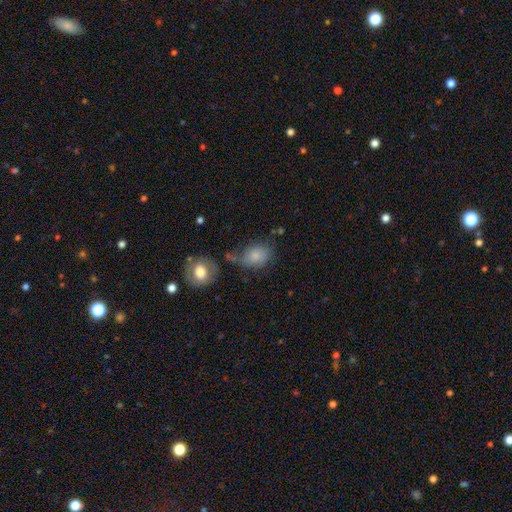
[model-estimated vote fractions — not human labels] A smooth galaxy with no disk features (75%) that is in between round and cigar-shaped (64%).

Vote fractions:
- Smooth or featured? smooth: 75% / featured or disk: 16% / star or artifact: 9%
- How rounded? in between: 64% / round: 34% / cigar-shaped: 1%
- Merging? none: 44% / minor disturbance: 24% / merger: 17% / major disturbance: 15%